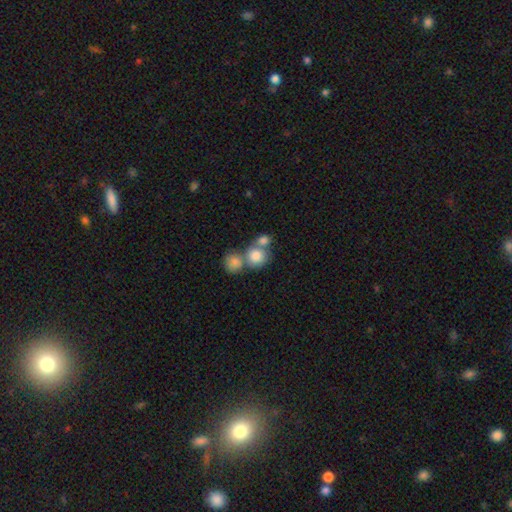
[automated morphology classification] A smooth galaxy with no disk features (81%) that is round (79%). Merging: merger (51%).